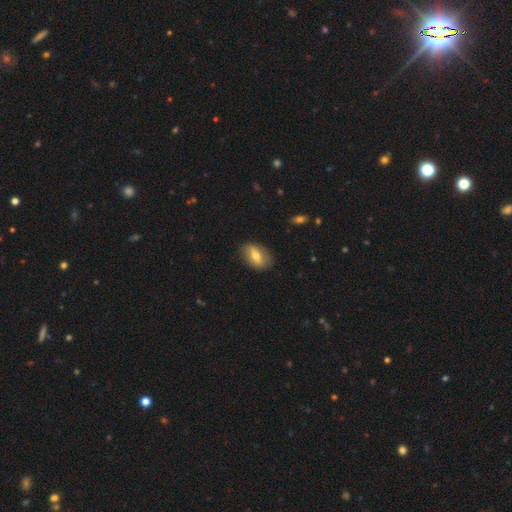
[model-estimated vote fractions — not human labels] Morphology: type=smooth (58%); roundness=in between (83%); merging=none (80%).